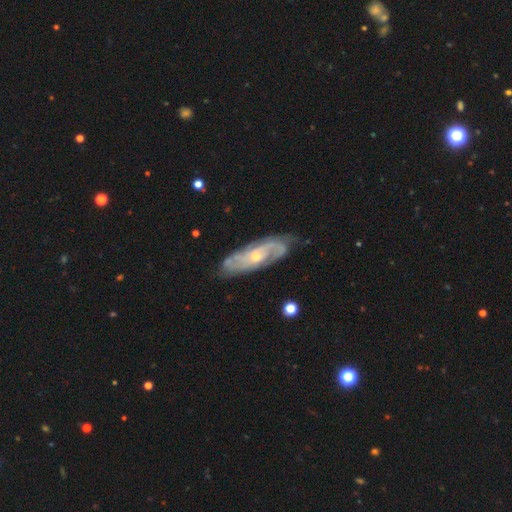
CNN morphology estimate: smooth-or-featured: featured or disk: 83% | smooth: 12% | star or artifact: 5%
  disk-edge-on: no: 87% | yes: 13%
    bar: no: 63% | weak: 30% | strong: 6%
    has-spiral-arms: yes: 93% | no: 7%
      spiral-winding: tight: 51% | medium: 38% | loose: 11%
      spiral-arm-count: 2: 45% | can't tell: 31% | 3: 12% | 1: 4% | 4: 4% | more than 4: 3%
    bulge-size: small: 54% | moderate: 42% | none: 1% | large: 1% | dominant: 1%
  merging: none: 72% | minor disturbance: 21% | major disturbance: 5% | merger: 2%